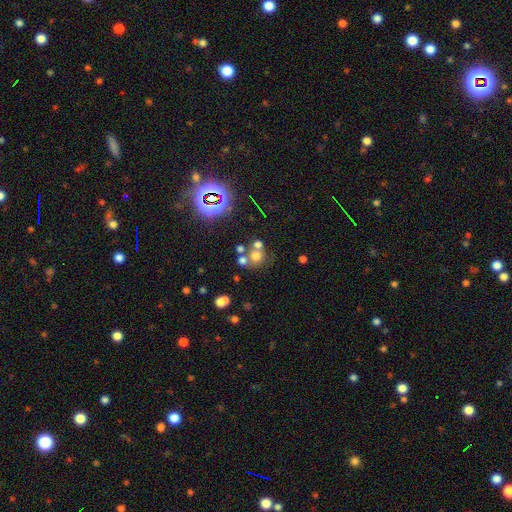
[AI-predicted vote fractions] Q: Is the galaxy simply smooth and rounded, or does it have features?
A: smooth — 60%.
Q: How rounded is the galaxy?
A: round — 85%.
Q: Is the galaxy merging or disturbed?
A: none — 50%.